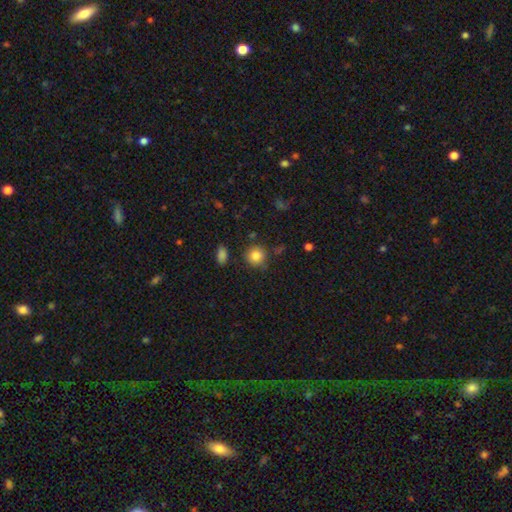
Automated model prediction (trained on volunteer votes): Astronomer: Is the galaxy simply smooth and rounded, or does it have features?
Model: smooth — 84%.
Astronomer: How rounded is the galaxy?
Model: round — 89%.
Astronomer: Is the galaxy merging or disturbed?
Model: none — 81%.